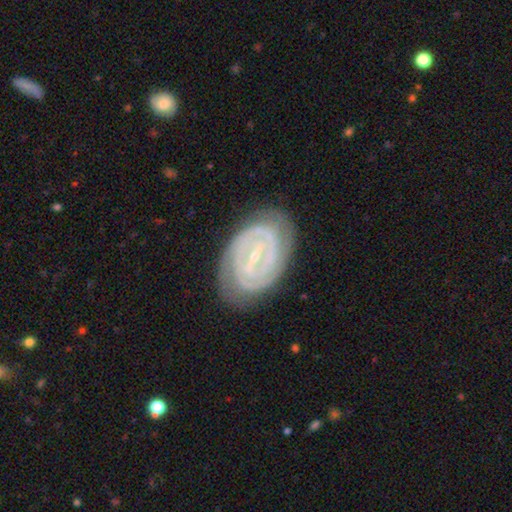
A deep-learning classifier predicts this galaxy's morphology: smooth-or-featured: featured or disk: 88% | smooth: 7% | star or artifact: 5%
  disk-edge-on: no: 96% | yes: 4%
    bar: strong: 47% | weak: 38% | no: 15%
    has-spiral-arms: yes: 95% | no: 5%
      spiral-winding: tight: 76% | medium: 20% | loose: 4%
      spiral-arm-count: 2: 65% | can't tell: 16% | 3: 10% | 4: 4% | 1: 3% | more than 4: 3%
    bulge-size: small: 79% | moderate: 17% | none: 2% | large: 1% | dominant: 1%
  merging: none: 80% | minor disturbance: 14% | major disturbance: 4% | merger: 1%